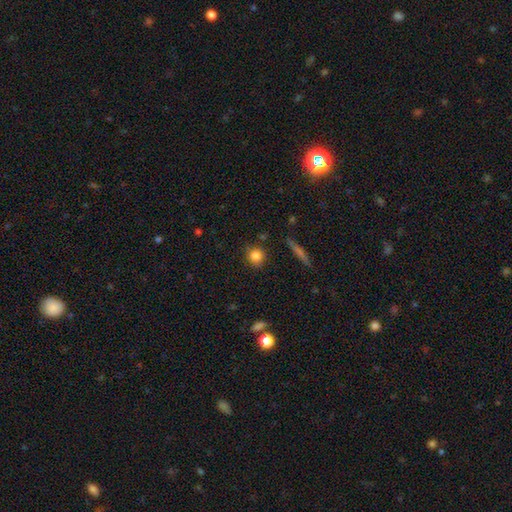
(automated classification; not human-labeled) Smooth or featured?
  - smooth: 83% *
  - star or artifact: 10%
  - featured or disk: 7%
How rounded?
  - round: 88% *
  - in between: 10%
  - cigar-shaped: 2%
Merging?
  - none: 84% *
  - minor disturbance: 10%
  - merger: 3%
  - major disturbance: 3%